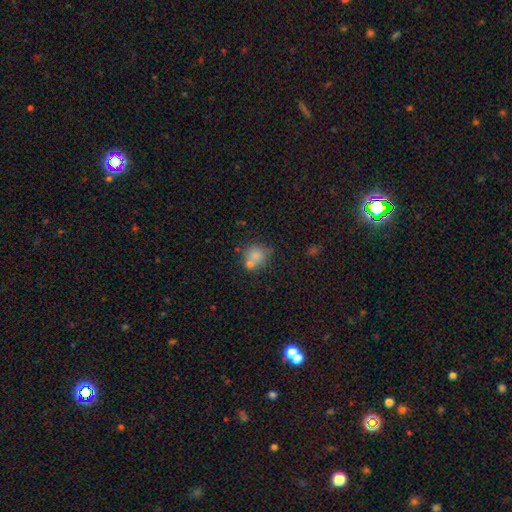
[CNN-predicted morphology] Smooth or featured? Predicted: smooth (p=0.75). How rounded? Predicted: round (p=0.76). Merging? Predicted: none (p=0.47).